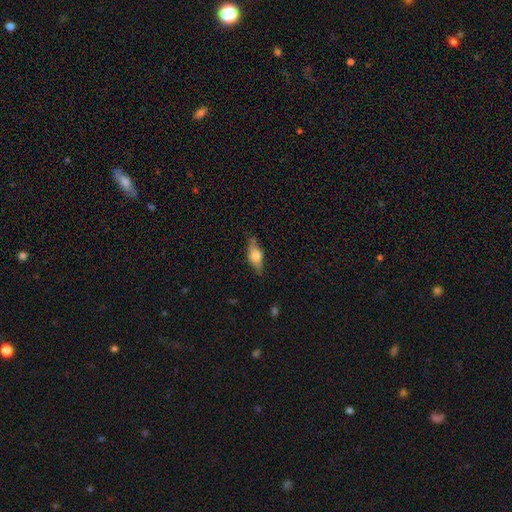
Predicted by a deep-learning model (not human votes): Smooth or featured: smooth — 56% (featured or disk — 37%)
How rounded: in between — 72% (cigar-shaped — 22%)
Merging: none — 74% (minor disturbance — 20%)